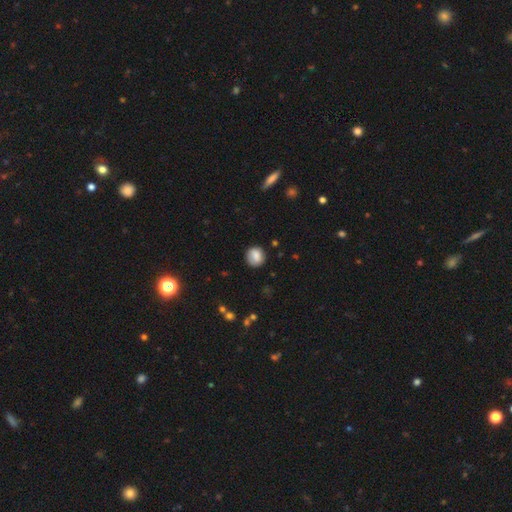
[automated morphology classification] The model was most divided on "merging": none: 80%, minor disturbance: 14%, major disturbance: 4%, merger: 2%. More confident: smooth or featured — smooth (82%); how rounded — round (82%).